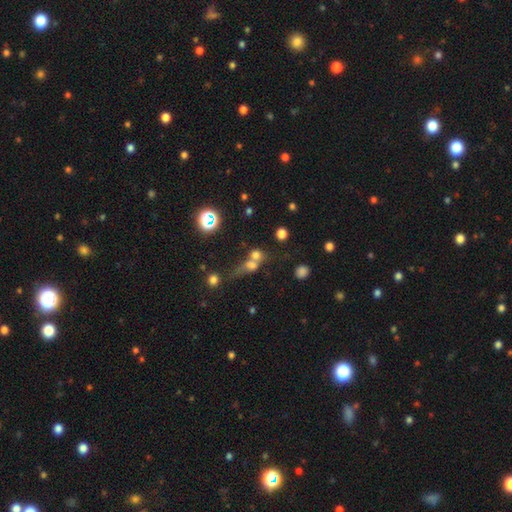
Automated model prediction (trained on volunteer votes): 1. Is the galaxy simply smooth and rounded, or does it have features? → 63% smooth, 21% star or artifact, 16% featured or disk.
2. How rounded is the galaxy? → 69% round, 25% in between, 6% cigar-shaped.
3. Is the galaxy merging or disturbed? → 57% merger, 28% none, 8% minor disturbance, 7% major disturbance.